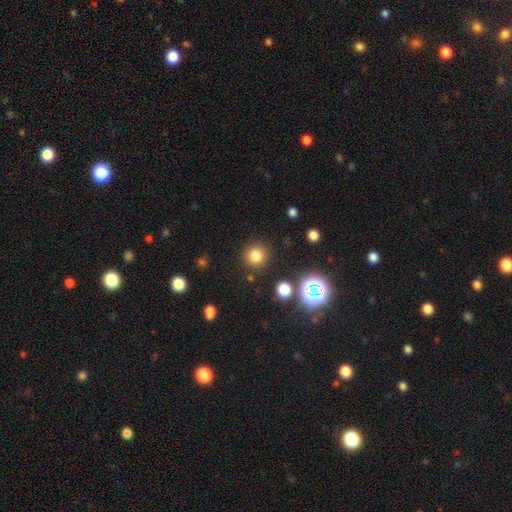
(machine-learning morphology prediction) This is likely a smooth galaxy (79%). How rounded: clearly round (93%). Merging: clearly none (88%).